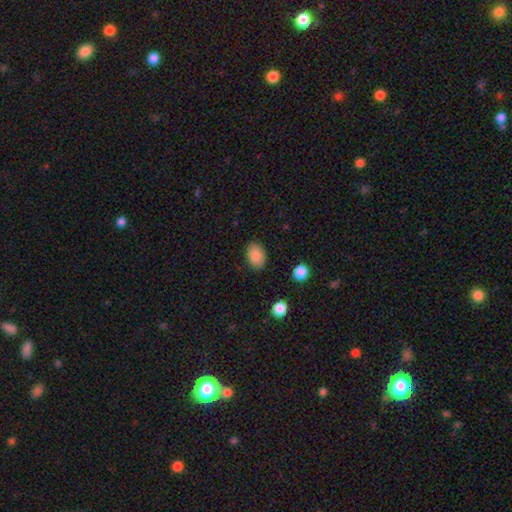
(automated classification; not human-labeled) Morphology: type=smooth (88%); roundness=in between (82%); merging=none (87%).